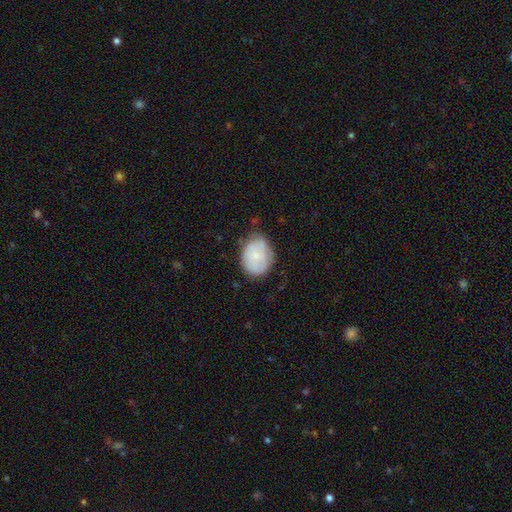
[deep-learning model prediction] A smooth galaxy with no disk features (72%) that is round (50%). Merging: none (63%).